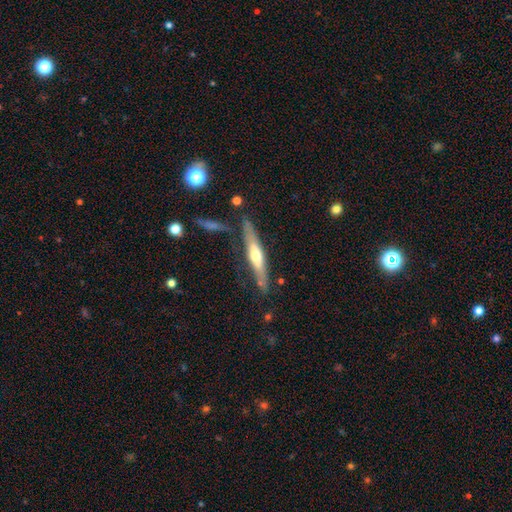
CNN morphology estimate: Smooth or featured: featured or disk — 59% (smooth — 35%)
Edge-on disk: yes — 88% (no — 12%)
Edge-on bulge: rounded — 81% (none — 12%)
Merging: none — 74% (minor disturbance — 16%)